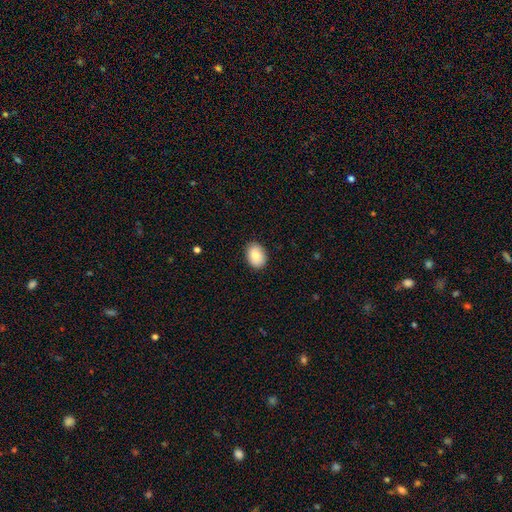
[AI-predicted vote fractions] smooth_or_featured: smooth (p=0.86) [alt: featured or disk p=0.07]
how_rounded: in between (p=0.72) [alt: round p=0.27]
merging: none (p=0.88) [alt: minor disturbance p=0.09]